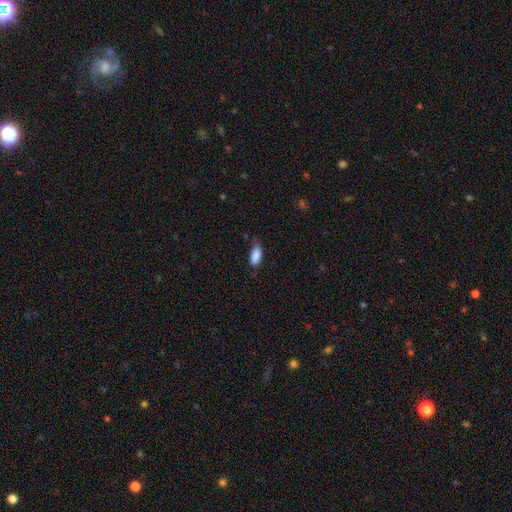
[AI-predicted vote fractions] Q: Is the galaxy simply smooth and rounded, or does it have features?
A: smooth — 88%.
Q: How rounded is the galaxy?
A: in between — 88%.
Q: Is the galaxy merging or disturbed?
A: none — 61%.